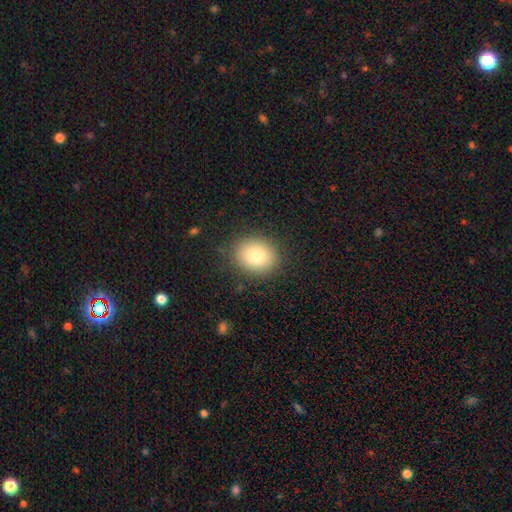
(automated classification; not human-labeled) Overall: smooth (80%). How rounded: round (64%; in between 35%). Merging: none (88%).